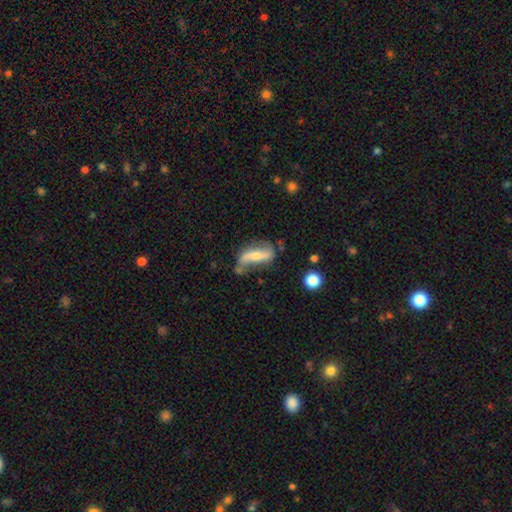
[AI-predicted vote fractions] Smooth or featured? featured or disk (66%)
Edge-on disk? no (76%)
Bar? strong (48%)
Spiral arms? yes (79%)
Bulge size? moderate (45%)
Merging? none (53%)